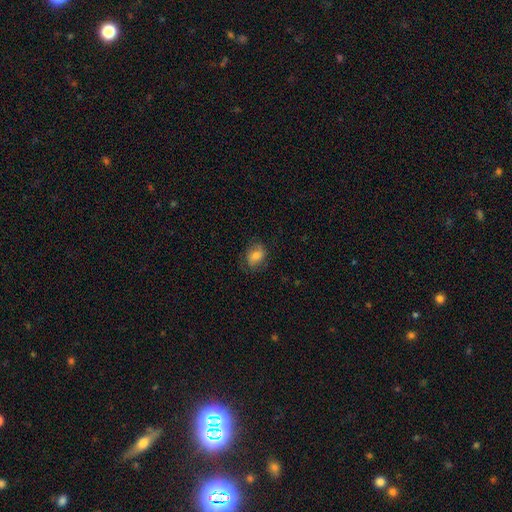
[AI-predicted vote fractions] The model was most divided on "how rounded": in between: 63%, round: 36%, cigar-shaped: 1%. More confident: smooth or featured — smooth (71%); merging — none (71%).